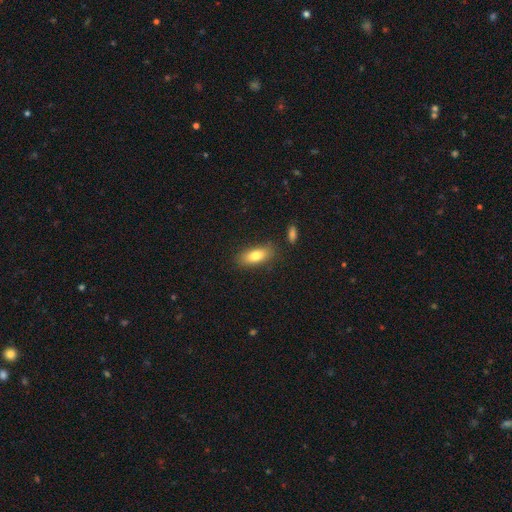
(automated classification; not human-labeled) smooth-or-featured: smooth: 78% | featured or disk: 15% | star or artifact: 7%
  how-rounded: in between: 80% | cigar-shaped: 17% | round: 3%
  merging: none: 83% | minor disturbance: 11% | merger: 3% | major disturbance: 3%